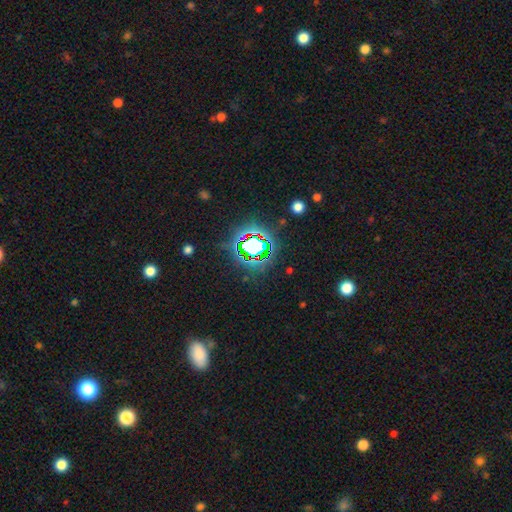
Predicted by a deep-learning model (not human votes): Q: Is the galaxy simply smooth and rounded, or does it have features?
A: star or artifact — 81%.